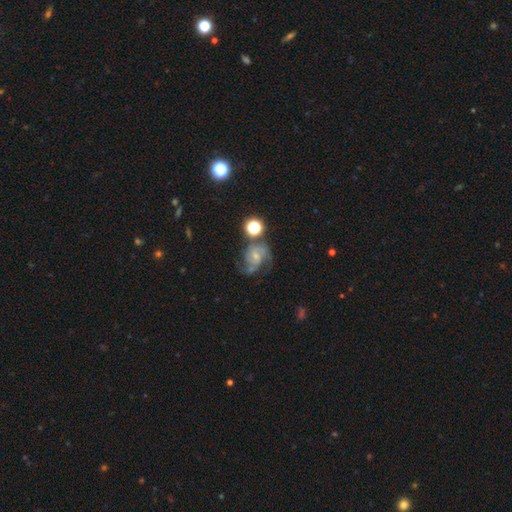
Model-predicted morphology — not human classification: smooth-or-featured: featured or disk: 70% | smooth: 17% | star or artifact: 12%
  disk-edge-on: no: 98% | yes: 2%
    bar: no: 60% | weak: 33% | strong: 6%
    has-spiral-arms: yes: 92% | no: 8%
      spiral-winding: medium: 51% | tight: 26% | loose: 24%
      spiral-arm-count: 2: 56% | 3: 16% | can't tell: 15% | 1: 6% | 4: 3% | more than 4: 3%
    bulge-size: small: 60% | moderate: 29% | none: 6% | large: 3% | dominant: 1%
  merging: none: 47% | minor disturbance: 21% | major disturbance: 20% | merger: 12%